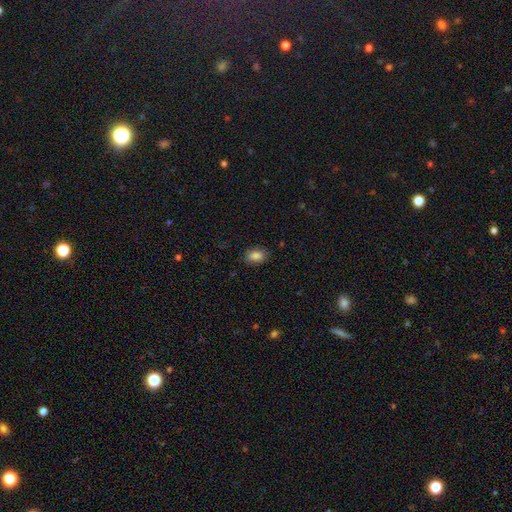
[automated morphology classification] smooth 86%, star or artifact 8%, featured or disk 5%. Down the decision tree: how rounded — in between (86%); merging — none (87%).